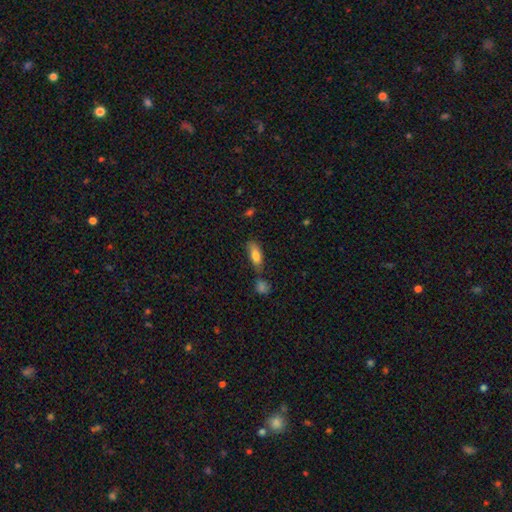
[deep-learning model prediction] Morphology: type=smooth (79%); roundness=in between (75%); merging=none (62%).